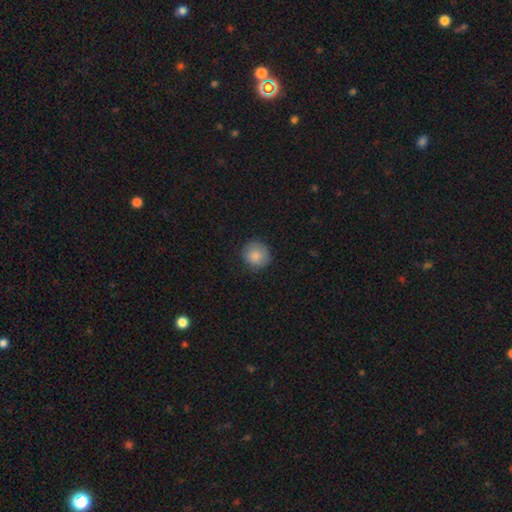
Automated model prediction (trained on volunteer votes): Smooth or featured? Predicted: smooth (p=0.86). How rounded? Predicted: round (p=0.92). Merging? Predicted: none (p=0.85).